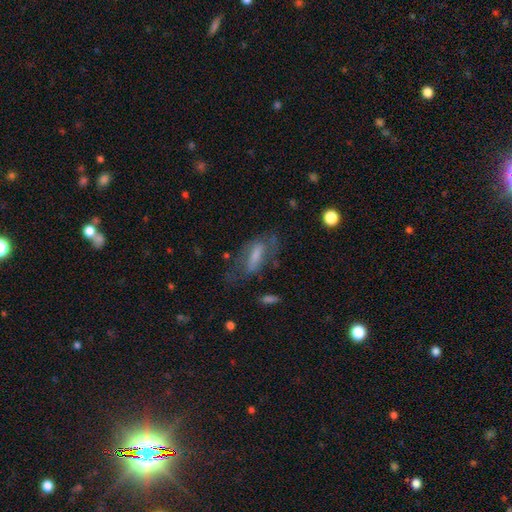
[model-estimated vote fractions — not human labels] Morphology: type=featured or disk (49%); merging=none (55%).